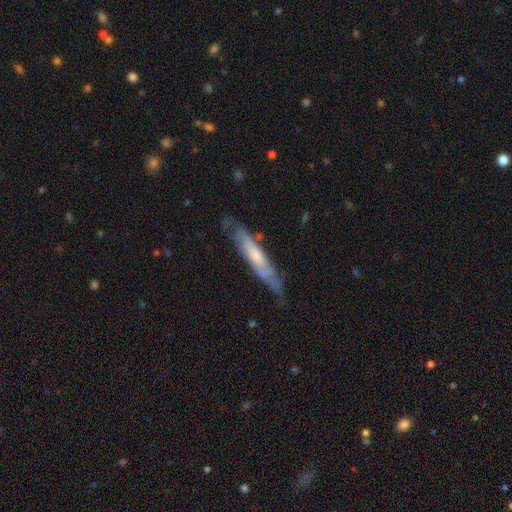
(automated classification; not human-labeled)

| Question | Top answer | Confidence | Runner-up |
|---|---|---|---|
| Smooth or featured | featured or disk | 60% | smooth (34%) |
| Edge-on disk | yes | 60% | no (40%) |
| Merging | none | 65% | minor disturbance (25%) |